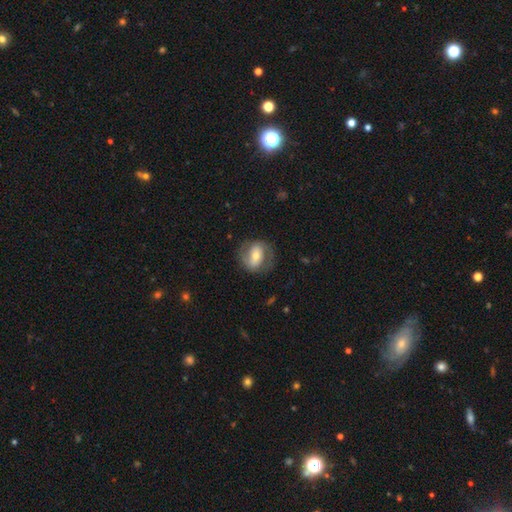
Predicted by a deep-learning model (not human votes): Q: Smooth or featured?
A: featured or disk (56%); runner-up: smooth (38%)
Q: Edge-on disk?
A: no (95%); runner-up: yes (5%)
Q: Bar?
A: no (35%); runner-up: strong (33%)
Q: Spiral arms?
A: yes (66%); runner-up: no (34%)
Q: Bulge size?
A: moderate (60%); runner-up: small (30%)
Q: Merging?
A: none (73%); runner-up: minor disturbance (16%)